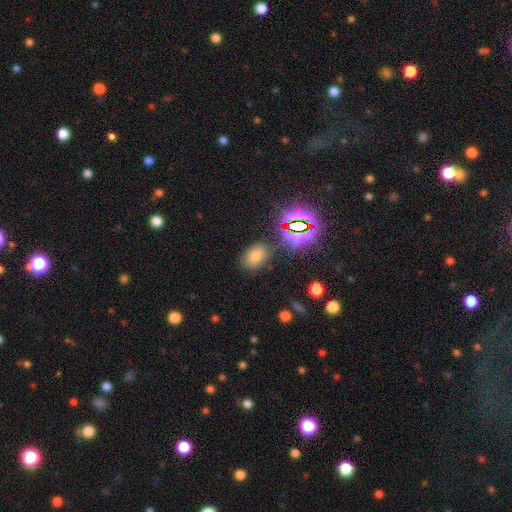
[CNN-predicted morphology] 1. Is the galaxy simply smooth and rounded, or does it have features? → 59% smooth, 32% star or artifact, 10% featured or disk.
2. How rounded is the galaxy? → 81% in between, 18% round, 2% cigar-shaped.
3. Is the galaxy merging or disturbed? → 79% none, 13% minor disturbance, 4% major disturbance, 4% merger.